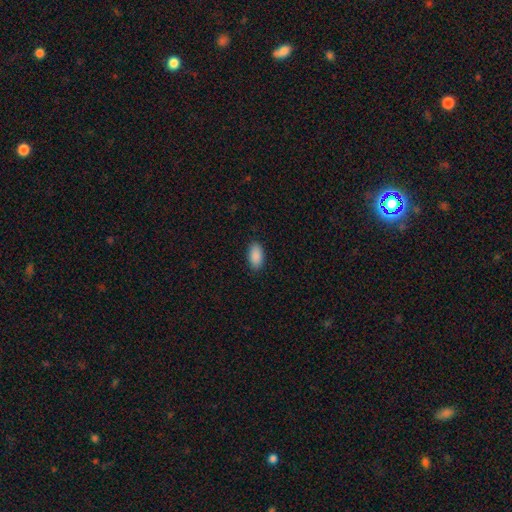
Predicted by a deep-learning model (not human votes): A smooth galaxy with no disk features (90%) that is in between round and cigar-shaped (94%). Merging: none (88%).